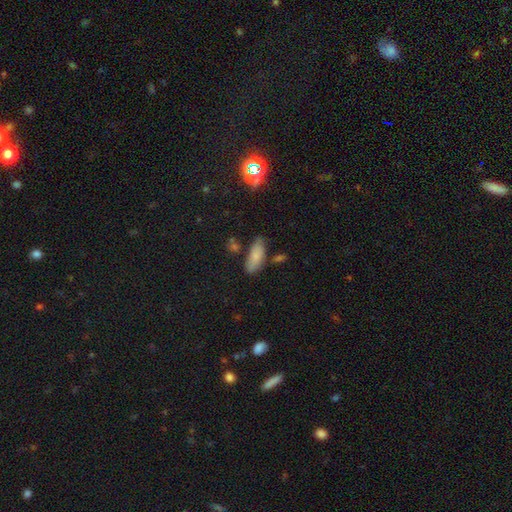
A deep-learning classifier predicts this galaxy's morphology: Smooth or featured? Predicted: smooth (p=0.80). How rounded? Predicted: in between (p=0.77). Merging? Predicted: none (p=0.69).